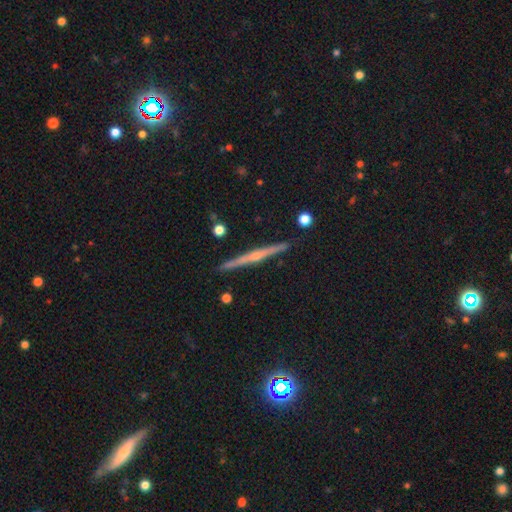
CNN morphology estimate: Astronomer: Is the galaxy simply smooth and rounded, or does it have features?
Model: featured or disk — 81%.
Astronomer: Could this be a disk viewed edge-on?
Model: yes — 98%.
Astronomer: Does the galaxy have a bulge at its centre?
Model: rounded — 75%.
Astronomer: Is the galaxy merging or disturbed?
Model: none — 92%.